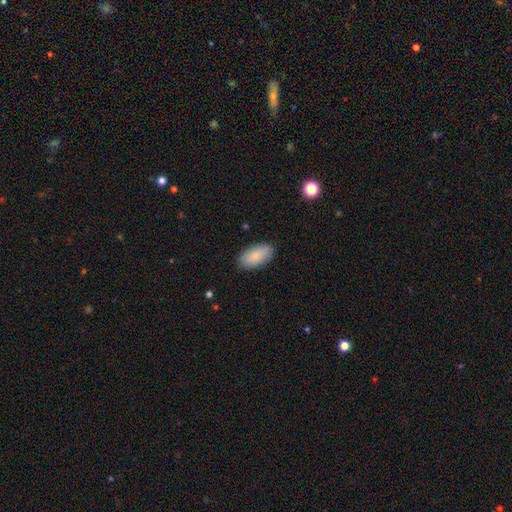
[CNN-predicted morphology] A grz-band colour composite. It shows a smooth galaxy with no disk features (87%) that is in between round and cigar-shaped (94%). Merging: none (87%).